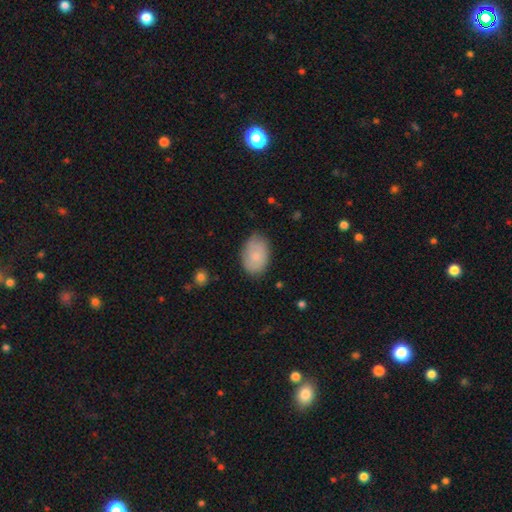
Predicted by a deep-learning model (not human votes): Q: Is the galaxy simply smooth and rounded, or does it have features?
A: smooth — 74%.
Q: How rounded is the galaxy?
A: in between — 84%.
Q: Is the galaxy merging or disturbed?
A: none — 75%.